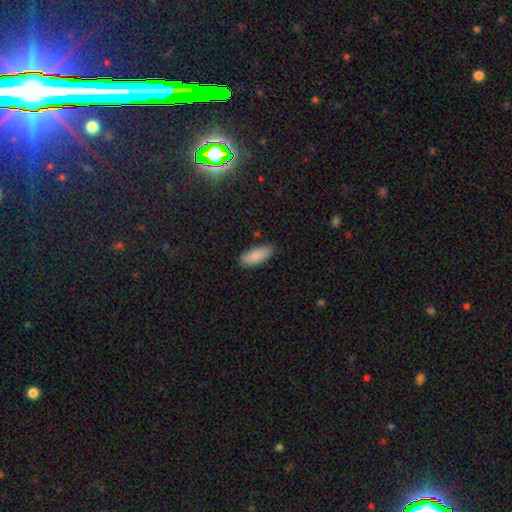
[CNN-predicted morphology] Smooth or featured: smooth — 87% (featured or disk — 7%)
How rounded: in between — 81% (cigar-shaped — 17%)
Merging: none — 83% (minor disturbance — 14%)